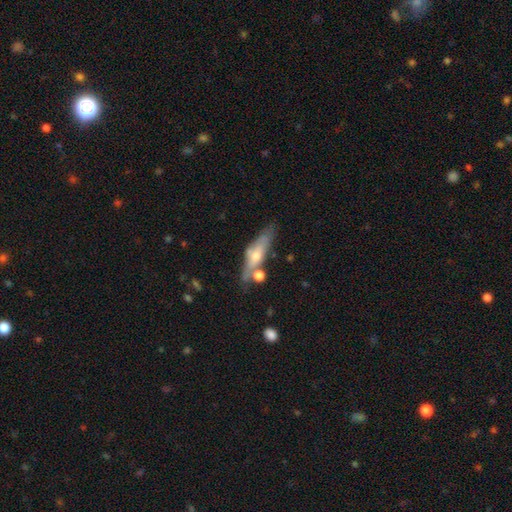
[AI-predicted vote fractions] smooth-or-featured: featured or disk: 54% | smooth: 39% | star or artifact: 7%
  disk-edge-on: yes: 61% | no: 39%
  merging: none: 58% | minor disturbance: 21% | merger: 14% | major disturbance: 7%